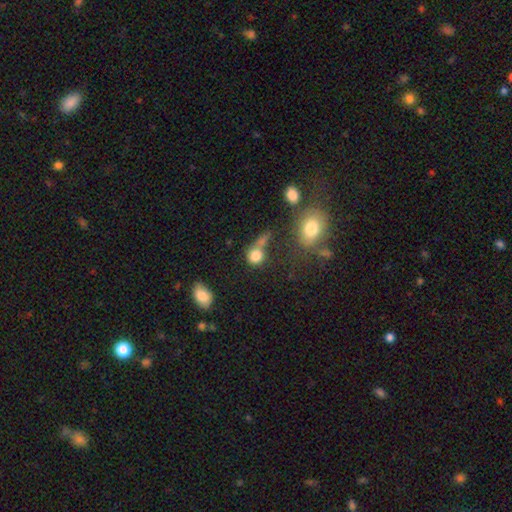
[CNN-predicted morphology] This appears to be a smooth galaxy with no disk features (79%) that is round (77%). Merging: none (39%).